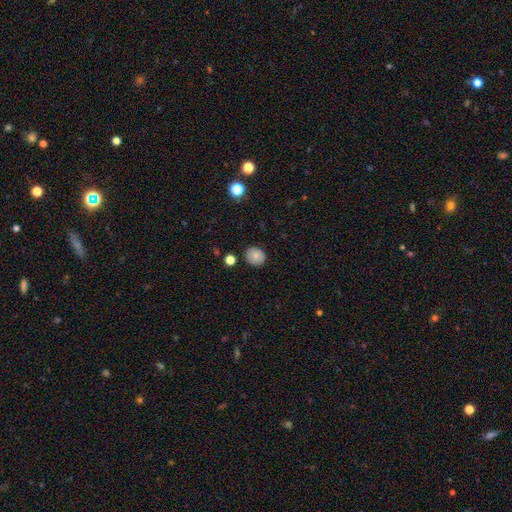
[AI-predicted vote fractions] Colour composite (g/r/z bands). It shows a smooth galaxy with no disk features (81%) that is round (77%). Merging: none (83%).